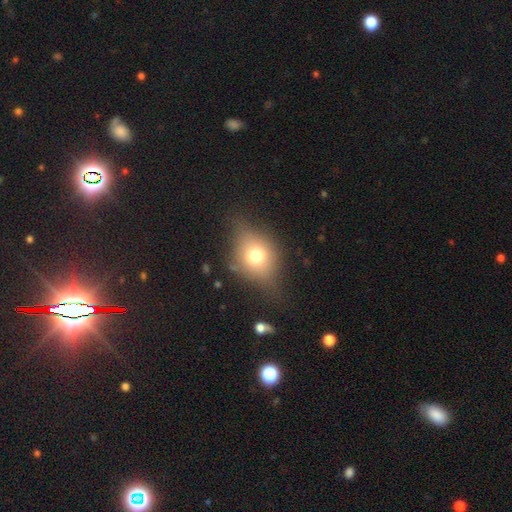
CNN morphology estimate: This is likely a smooth galaxy (64%). How rounded: possibly round (49%). Merging: likely none (60%).